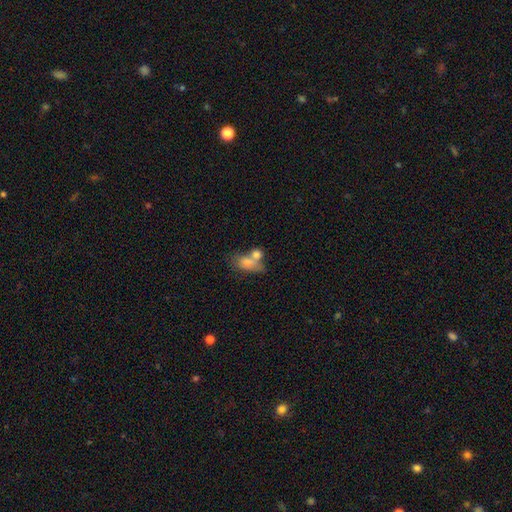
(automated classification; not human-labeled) Q: Smooth or featured?
A: smooth (74%); runner-up: featured or disk (17%)
Q: How rounded?
A: in between (66%); runner-up: round (30%)
Q: Merging?
A: merger (59%); runner-up: none (23%)